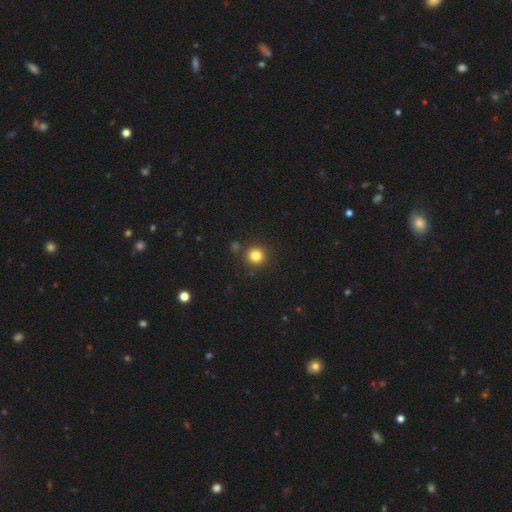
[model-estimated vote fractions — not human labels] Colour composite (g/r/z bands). It shows a smooth galaxy with no disk features (83%) that is round (93%). Merging: none (87%).